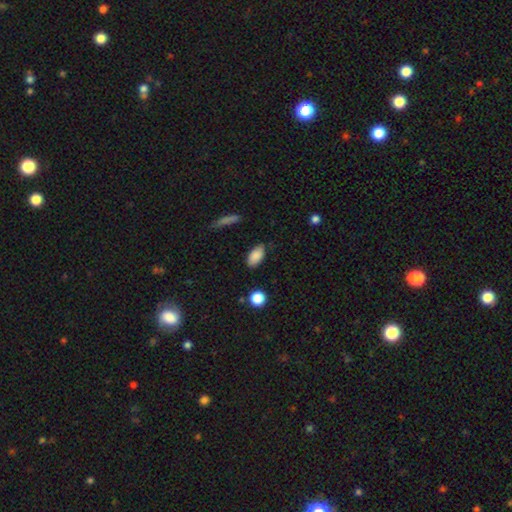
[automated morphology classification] A smooth galaxy with no disk features (87%) that is in between round and cigar-shaped (92%). Merging: none (79%).